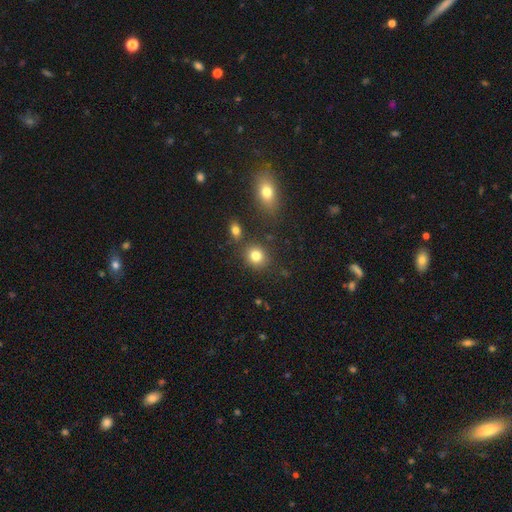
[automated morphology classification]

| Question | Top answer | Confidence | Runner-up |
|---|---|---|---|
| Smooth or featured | smooth | 82% | star or artifact (11%) |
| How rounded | round | 75% | in between (24%) |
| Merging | none | 80% | minor disturbance (9%) |